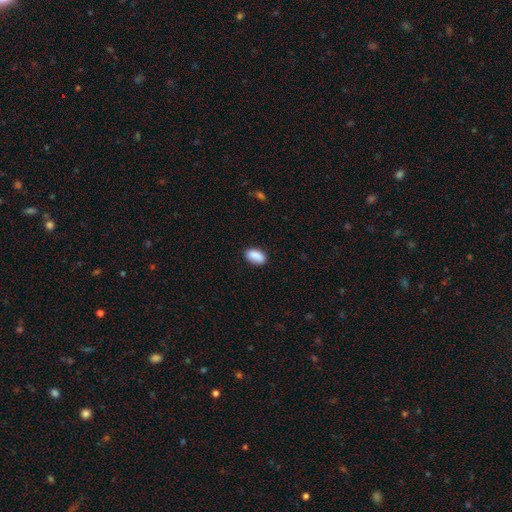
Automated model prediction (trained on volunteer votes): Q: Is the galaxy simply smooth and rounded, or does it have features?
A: smooth — 89%.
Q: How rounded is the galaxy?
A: in between — 92%.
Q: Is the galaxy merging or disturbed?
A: none — 83%.